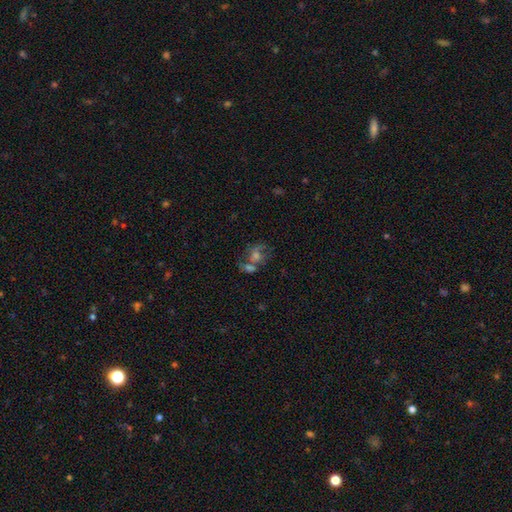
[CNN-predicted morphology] A featured or disk galaxy (50%).

Vote fractions:
- Smooth or featured? featured or disk: 50% / smooth: 29% / star or artifact: 22%
- Merging? none: 42% / merger: 35% / minor disturbance: 13% / major disturbance: 11%